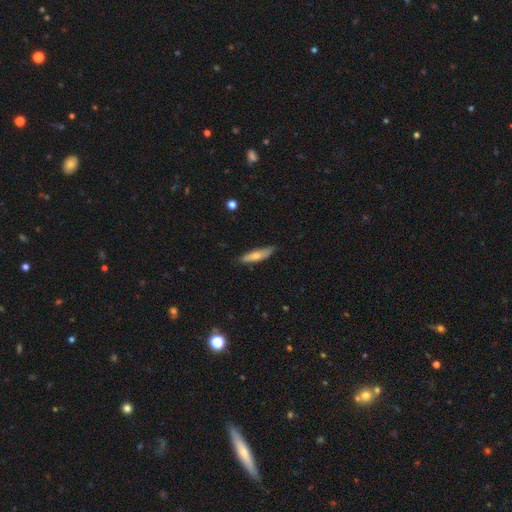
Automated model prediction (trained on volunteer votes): smooth 66%, featured or disk 28%, star or artifact 6%. Down the decision tree: how rounded — cigar-shaped (68%); merging — none (79%).